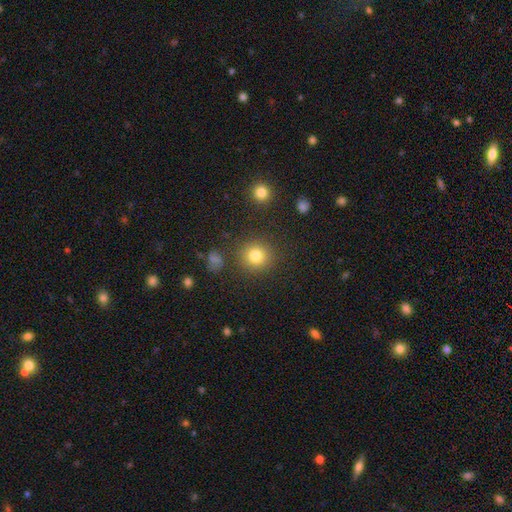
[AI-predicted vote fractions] This is clearly a smooth galaxy (81%). How rounded: clearly round (90%). Merging: clearly none (87%).